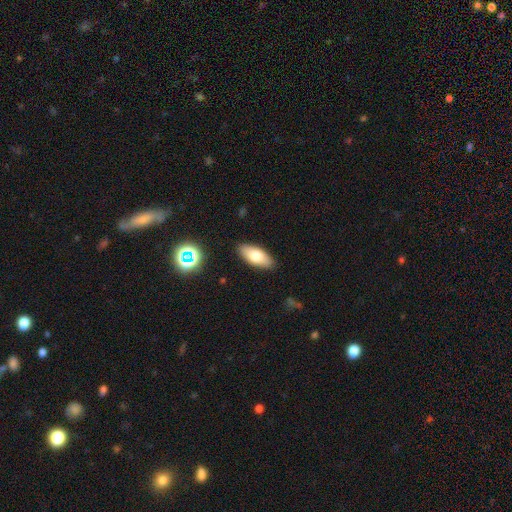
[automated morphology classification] type=smooth (73%); roundness=in between (84%); merging=none (88%).